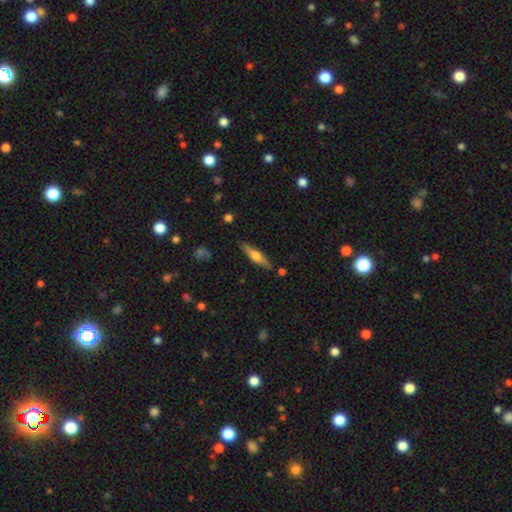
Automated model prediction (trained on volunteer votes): Smooth or featured?
  - featured or disk: 52% *
  - smooth: 42%
  - star or artifact: 6%
Edge-on disk?
  - yes: 94% *
  - no: 6%
Merging?
  - none: 86% *
  - minor disturbance: 10%
  - merger: 3%
  - major disturbance: 2%